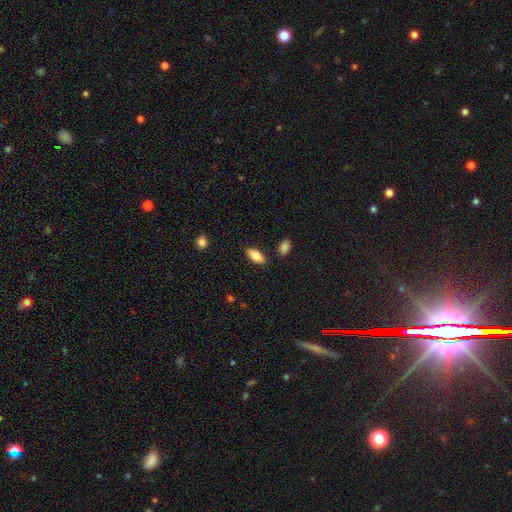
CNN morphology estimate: Smooth or featured? Predicted: smooth (p=0.80). How rounded? Predicted: in between (p=0.81). Merging? Predicted: none (p=0.85).